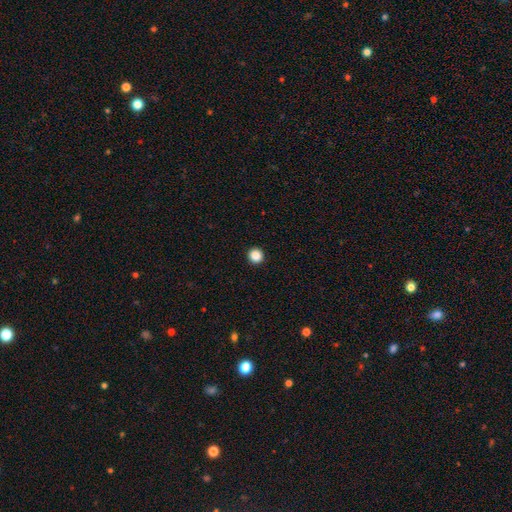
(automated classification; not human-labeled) A smooth galaxy with no disk features (87%) that is round (94%).

Vote fractions:
- Smooth or featured? smooth: 87% / star or artifact: 10% / featured or disk: 3%
- How rounded? round: 94% / in between: 5% / cigar-shaped: 1%
- Merging? none: 94% / minor disturbance: 4% / major disturbance: 1% / merger: 1%